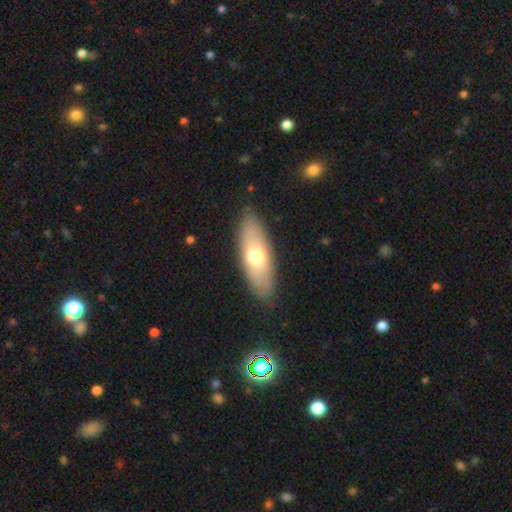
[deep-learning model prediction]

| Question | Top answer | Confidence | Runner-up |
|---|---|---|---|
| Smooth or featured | smooth | 64% | featured or disk (30%) |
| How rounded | in between | 69% | cigar-shaped (28%) |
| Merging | none | 87% | minor disturbance (9%) |